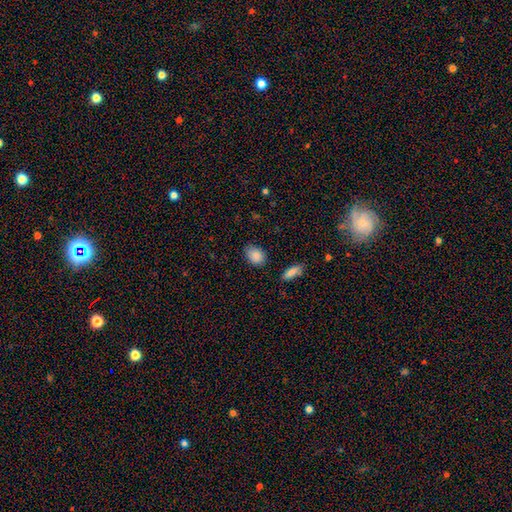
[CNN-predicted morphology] Smooth or featured? Predicted: smooth (p=0.87). How rounded? Predicted: in between (p=0.72). Merging? Predicted: none (p=0.81).